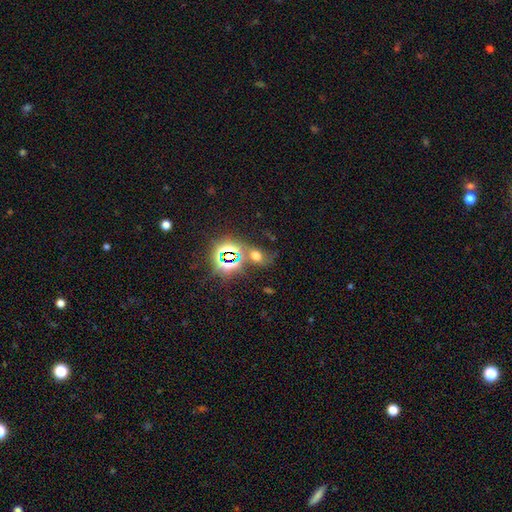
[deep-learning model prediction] This appears to be a star or artifact, not a galaxy (45%).